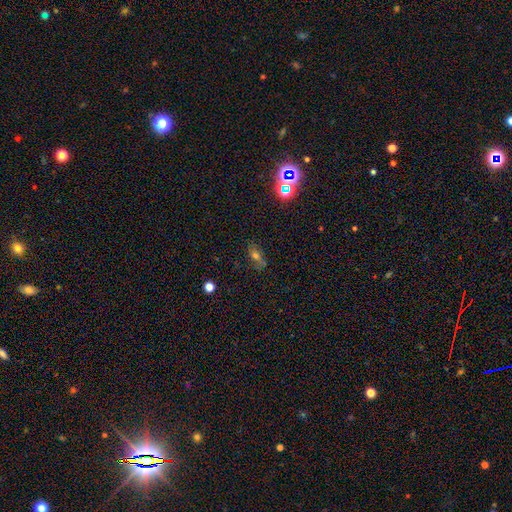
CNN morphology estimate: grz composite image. It shows a smooth galaxy with no disk features (36%). Merging: none (72%).